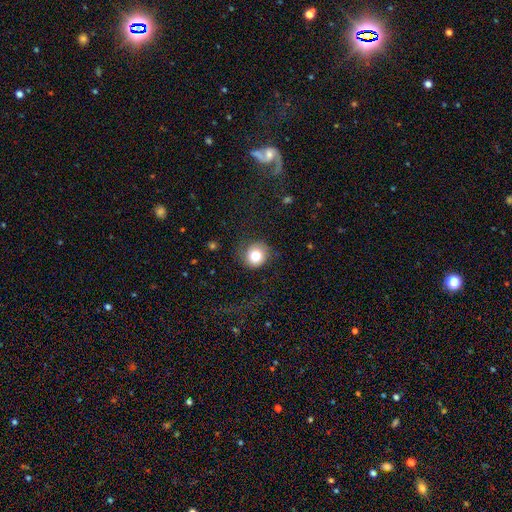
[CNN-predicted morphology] A smooth galaxy with no disk features (78%) that is round (88%). Merging: none (70%).